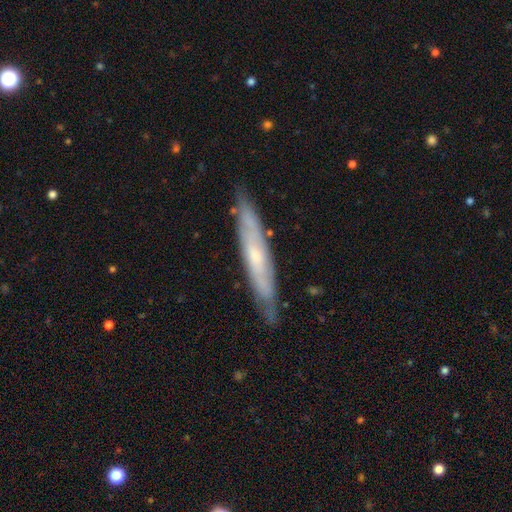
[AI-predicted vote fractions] This appears to be a featured or disk galaxy (64%) viewed edge-on (70%). Merging: none (81%).